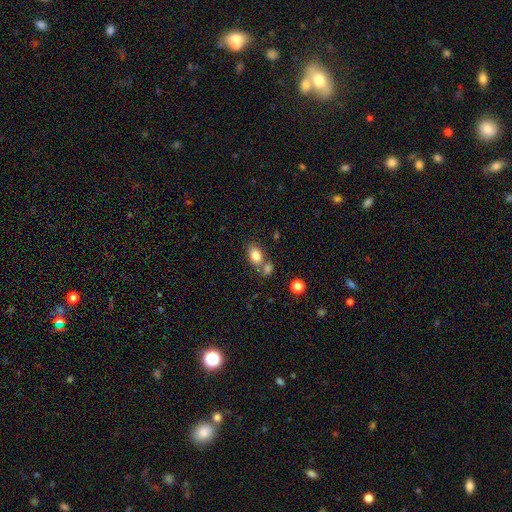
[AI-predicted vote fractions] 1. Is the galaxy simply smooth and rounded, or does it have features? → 83% smooth, 9% star or artifact, 8% featured or disk.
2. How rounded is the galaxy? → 81% in between, 17% round, 2% cigar-shaped.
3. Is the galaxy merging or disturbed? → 54% none, 30% merger, 12% minor disturbance, 4% major disturbance.